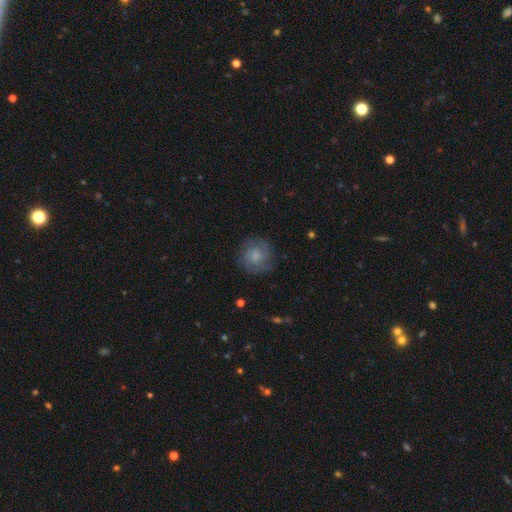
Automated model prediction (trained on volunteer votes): This is possibly a smooth galaxy (57%). How rounded: clearly round (91%). Merging: likely none (79%).